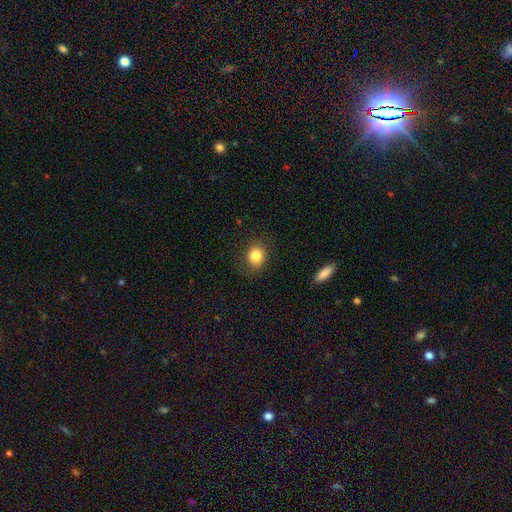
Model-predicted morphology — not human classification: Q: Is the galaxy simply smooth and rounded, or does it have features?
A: smooth — 84%.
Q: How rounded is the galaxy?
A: round — 66%.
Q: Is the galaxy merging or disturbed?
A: none — 82%.